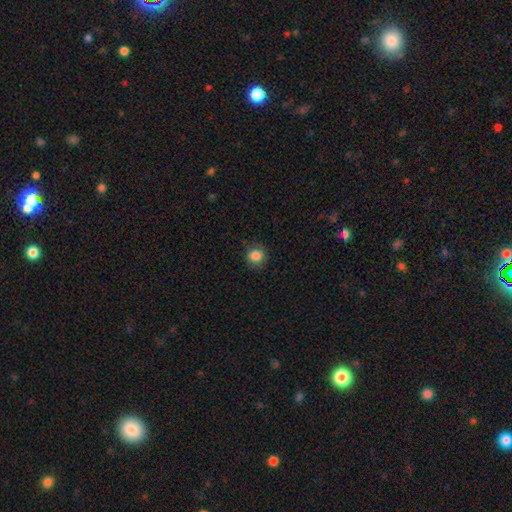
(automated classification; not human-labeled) smooth-or-featured: smooth: 84% | star or artifact: 10% | featured or disk: 7%
  how-rounded: round: 86% | in between: 13% | cigar-shaped: 1%
  merging: none: 82% | minor disturbance: 14% | major disturbance: 4% | merger: 1%